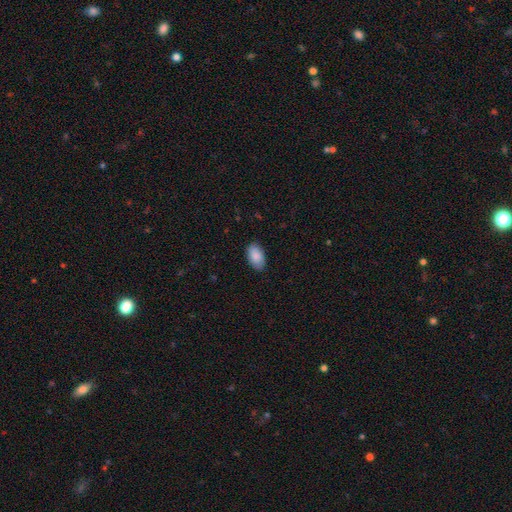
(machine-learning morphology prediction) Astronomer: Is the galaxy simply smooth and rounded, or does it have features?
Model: smooth — 88%.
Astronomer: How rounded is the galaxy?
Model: in between — 95%.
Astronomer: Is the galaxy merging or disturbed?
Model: none — 86%.